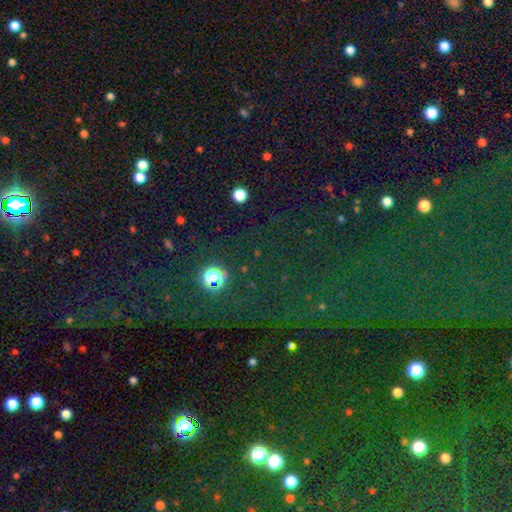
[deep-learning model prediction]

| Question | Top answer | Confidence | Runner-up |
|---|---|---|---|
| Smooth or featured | star or artifact | 76% | smooth (16%) |